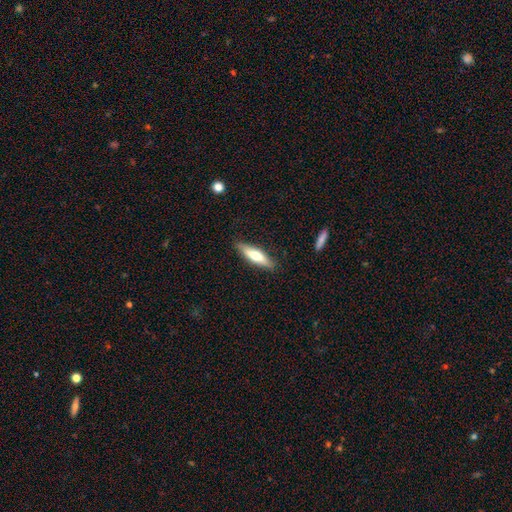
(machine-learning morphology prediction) A smooth galaxy with no disk features (59%) that is cigar-shaped (65%). Merging: none (86%).